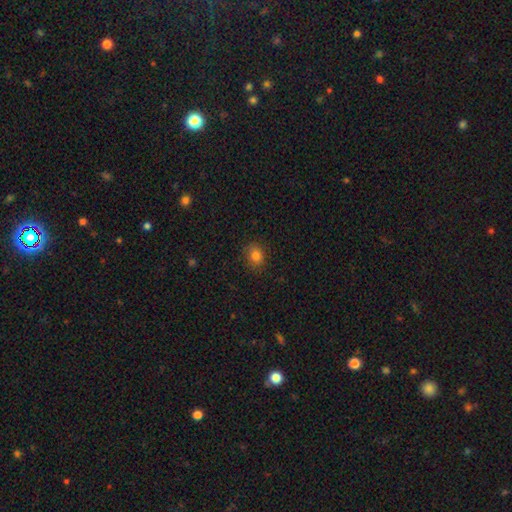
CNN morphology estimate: smooth-or-featured: smooth: 81% | star or artifact: 12% | featured or disk: 7%
  how-rounded: round: 53% | in between: 46% | cigar-shaped: 1%
  merging: none: 84% | minor disturbance: 12% | major disturbance: 3% | merger: 1%